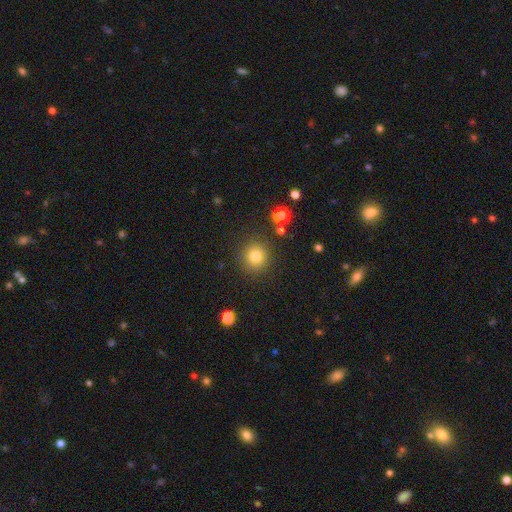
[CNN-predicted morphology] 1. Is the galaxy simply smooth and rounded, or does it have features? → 82% smooth, 12% star or artifact, 6% featured or disk.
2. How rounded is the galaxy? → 91% round, 8% in between, 1% cigar-shaped.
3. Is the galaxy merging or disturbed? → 88% none, 7% minor disturbance, 3% major disturbance, 2% merger.